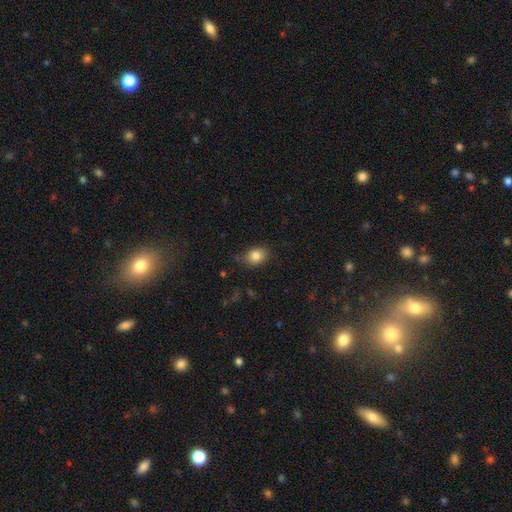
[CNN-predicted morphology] Overall: smooth (84%). How rounded: in between (68%; round 30%). Merging: none (76%).